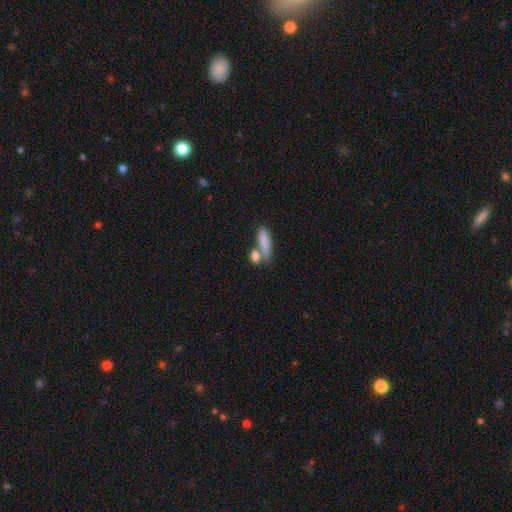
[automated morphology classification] Smooth or featured: smooth — 60% (featured or disk — 23%)
How rounded: cigar-shaped — 49% (in between — 40%)
Merging: none — 56% (merger — 26%)